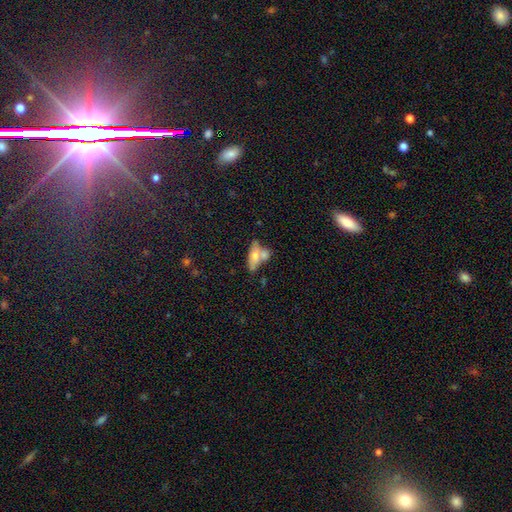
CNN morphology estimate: Smooth or featured? Predicted: smooth (p=0.64). How rounded? Predicted: in between (p=0.76). Merging? Predicted: merger (p=0.47).